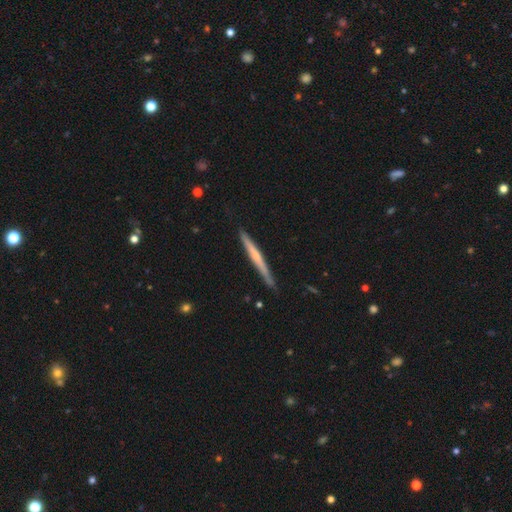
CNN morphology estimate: featured or disk 53%, smooth 42%, star or artifact 5%. Down the decision tree: edge-on disk — yes (97%); edge-on bulge — none (59%); merging — none (88%).